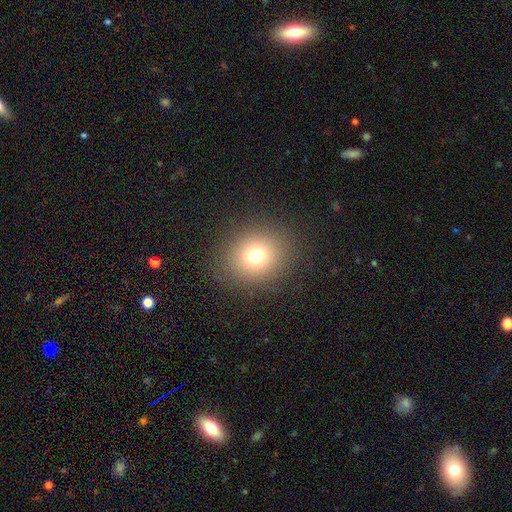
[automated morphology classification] Overall: smooth (72%). How rounded: round (79%). Merging: none (87%).